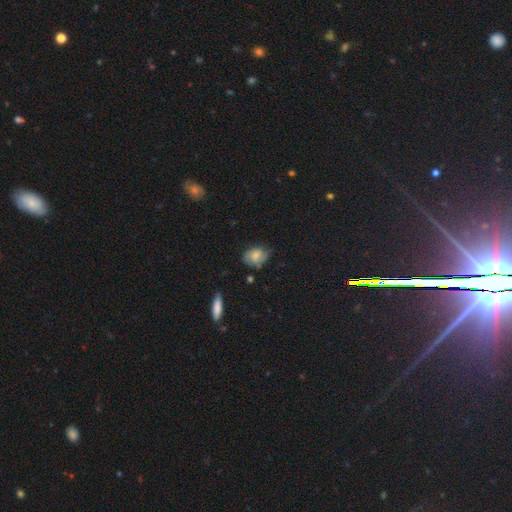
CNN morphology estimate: Smooth or featured? Predicted: smooth (p=0.61). How rounded? Predicted: in between (p=0.66). Merging? Predicted: none (p=0.58).